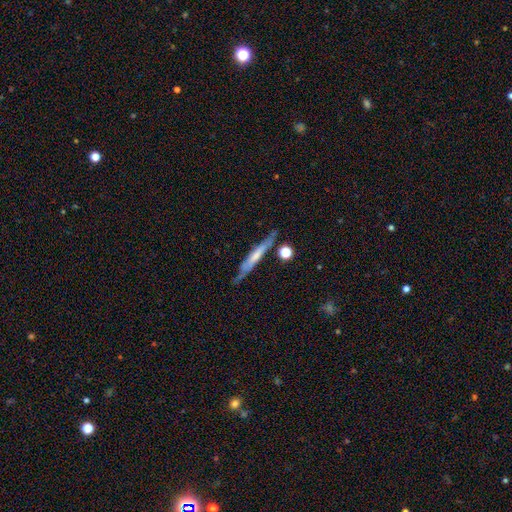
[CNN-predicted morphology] This appears to be a featured or disk galaxy (50%) viewed edge-on (84%). Merging: none (66%).